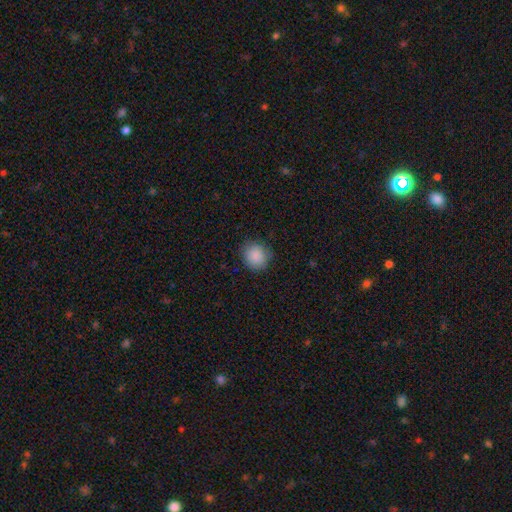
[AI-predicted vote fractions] The model was most divided on "how rounded": round: 85%, in between: 14%, cigar-shaped: 1%. More confident: smooth or featured — smooth (88%); merging — none (84%).